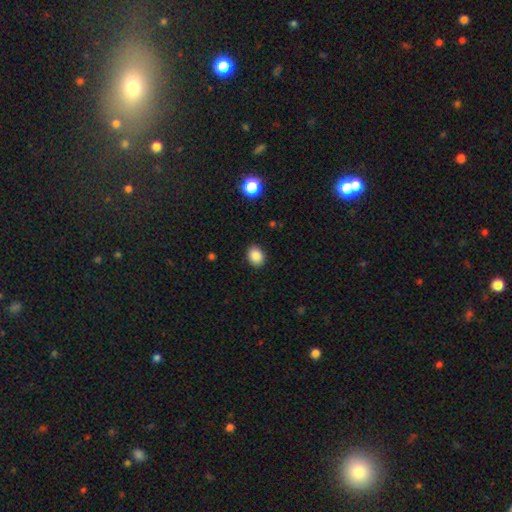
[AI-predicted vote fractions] smooth_or_featured: smooth (p=0.87) [alt: star or artifact p=0.09]
how_rounded: in between (p=0.53) [alt: round p=0.46]
merging: none (p=0.89) [alt: minor disturbance p=0.08]